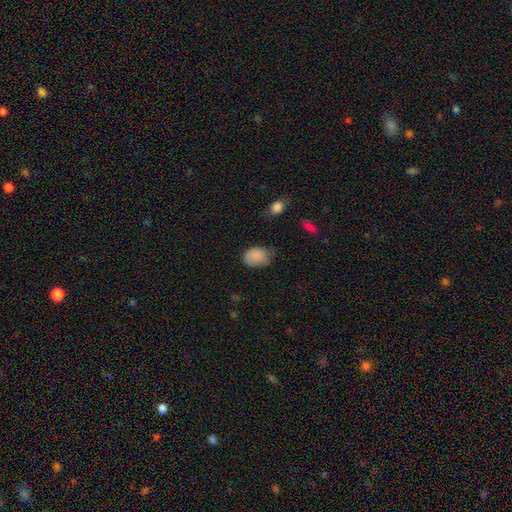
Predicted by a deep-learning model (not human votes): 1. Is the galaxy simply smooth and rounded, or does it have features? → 86% smooth, 8% star or artifact, 6% featured or disk.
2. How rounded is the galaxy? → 71% in between, 28% round, 1% cigar-shaped.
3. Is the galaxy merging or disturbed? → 54% none, 34% minor disturbance, 9% major disturbance, 2% merger.